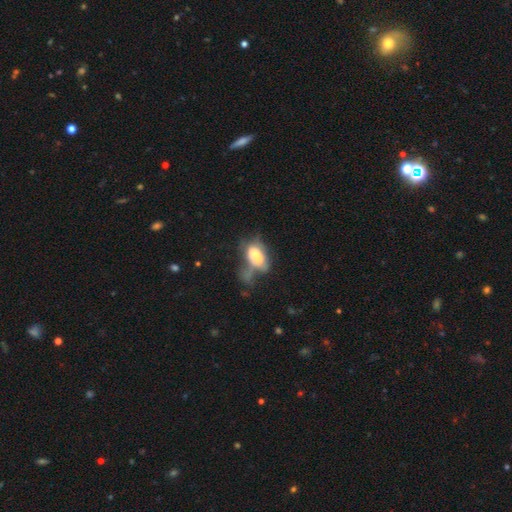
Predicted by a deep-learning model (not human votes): Morphology: type=smooth (70%); roundness=in between (90%); merging=major disturbance (33%).